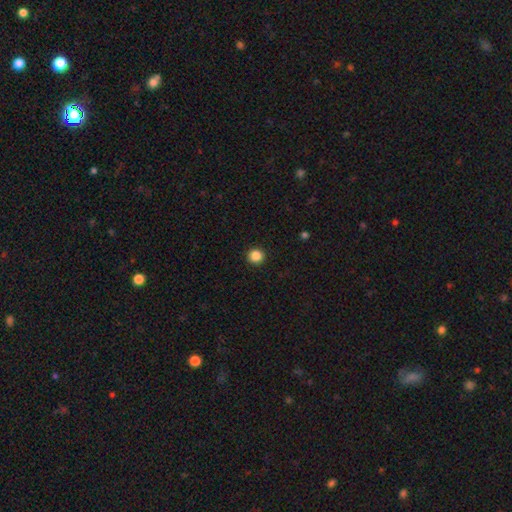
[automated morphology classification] Overall: smooth (87%). How rounded: round (95%). Merging: none (93%).